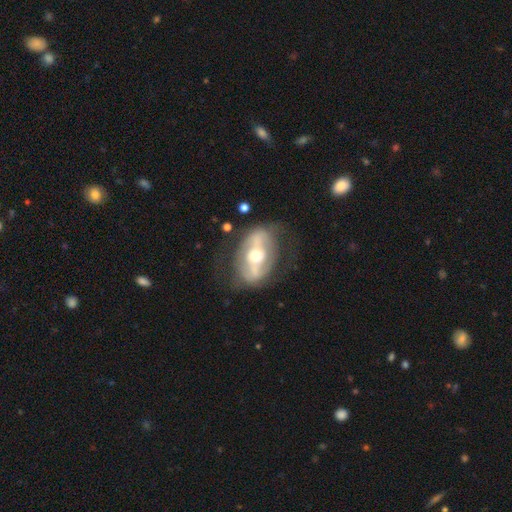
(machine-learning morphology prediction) The model was most divided on "spiral arms": no: 56%, yes: 44%. More confident: edge-on disk — no (89%); smooth or featured — featured or disk (74%); bulge size — moderate (70%); merging — none (66%); bar — strong (55%).